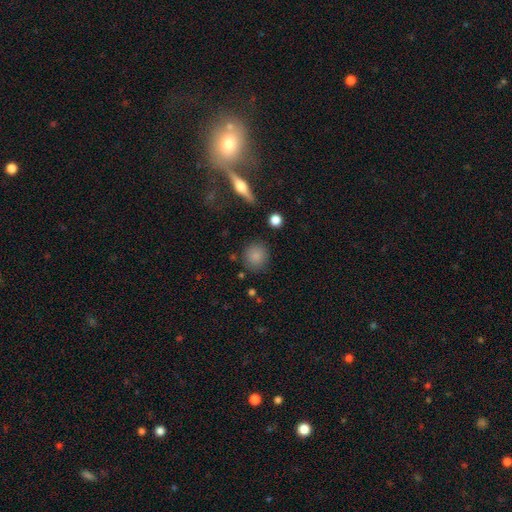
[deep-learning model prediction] Smooth or featured: smooth — 84% (star or artifact — 10%)
How rounded: round — 85% (in between — 14%)
Merging: none — 85% (minor disturbance — 9%)